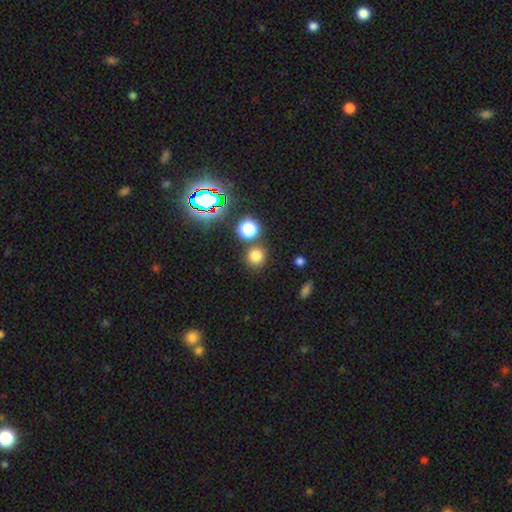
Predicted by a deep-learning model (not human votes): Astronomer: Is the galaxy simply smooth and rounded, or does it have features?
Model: smooth — 74%.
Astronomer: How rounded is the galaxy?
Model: round — 91%.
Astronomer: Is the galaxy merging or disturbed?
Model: none — 80%.